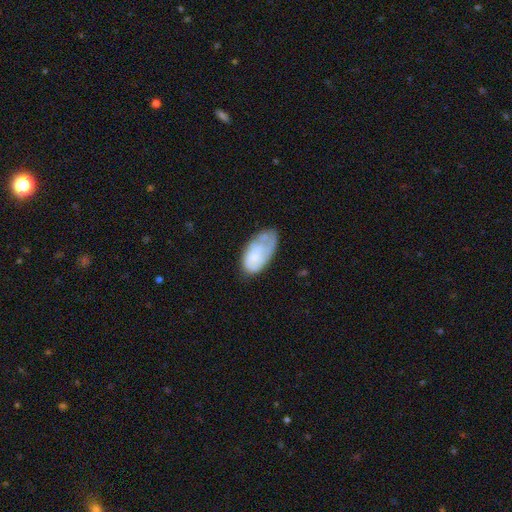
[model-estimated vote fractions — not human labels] Smooth or featured? Predicted: smooth (p=0.54). How rounded? Predicted: in between (p=0.93). Merging? Predicted: none (p=0.45).